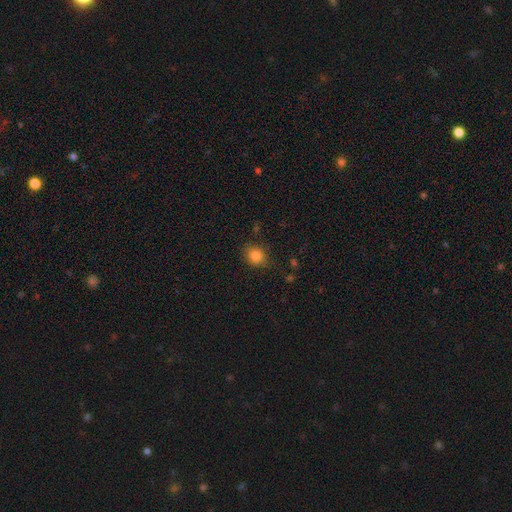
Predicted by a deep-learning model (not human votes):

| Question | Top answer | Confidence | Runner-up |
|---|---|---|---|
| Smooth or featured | smooth | 83% | star or artifact (11%) |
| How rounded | round | 68% | in between (31%) |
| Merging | none | 82% | minor disturbance (13%) |